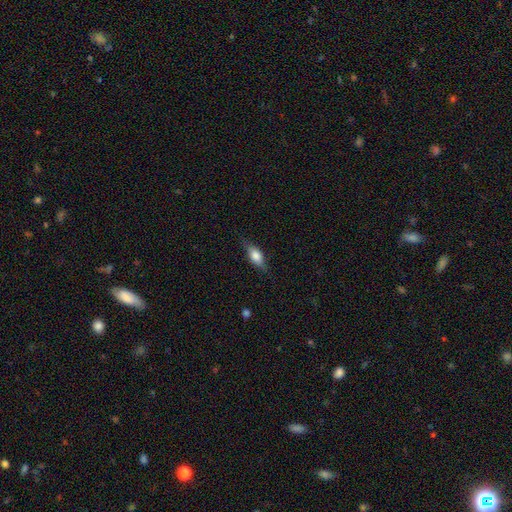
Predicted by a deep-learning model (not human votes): Q: Smooth or featured?
A: smooth (55%); runner-up: featured or disk (37%)
Q: How rounded?
A: in between (74%); runner-up: cigar-shaped (21%)
Q: Merging?
A: none (76%); runner-up: minor disturbance (18%)